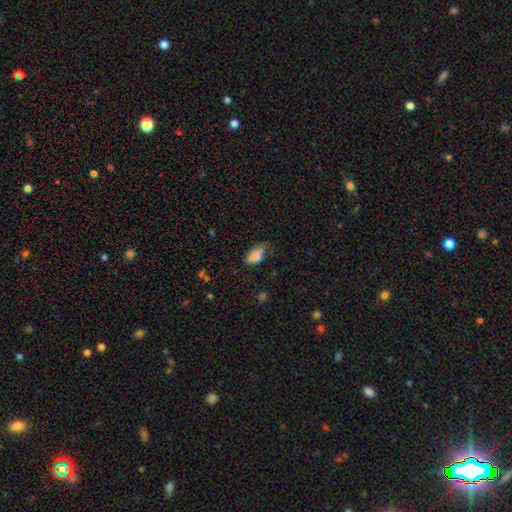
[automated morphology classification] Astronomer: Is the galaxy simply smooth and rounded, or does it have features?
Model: smooth — 79%.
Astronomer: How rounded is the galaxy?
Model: in between — 90%.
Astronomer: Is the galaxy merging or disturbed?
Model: minor disturbance — 40% (runner-up: none, 36%).